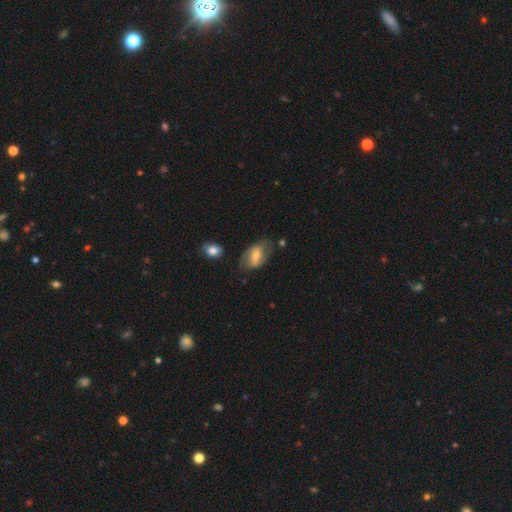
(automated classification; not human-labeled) This is possibly a featured or disk galaxy (48%). Merging: likely none (64%).